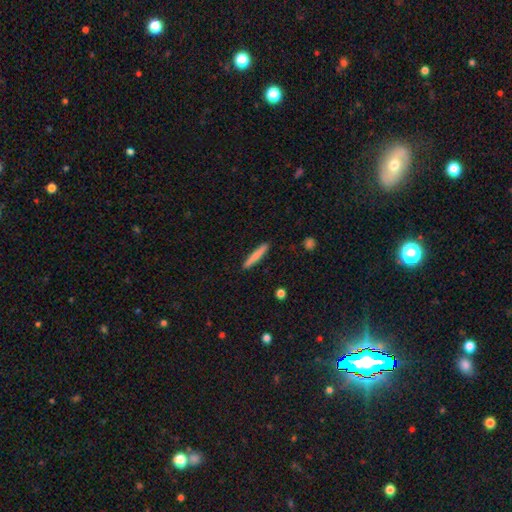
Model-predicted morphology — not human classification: This appears to be a smooth galaxy with no disk features (72%) that is cigar-shaped (95%). Merging: none (90%).